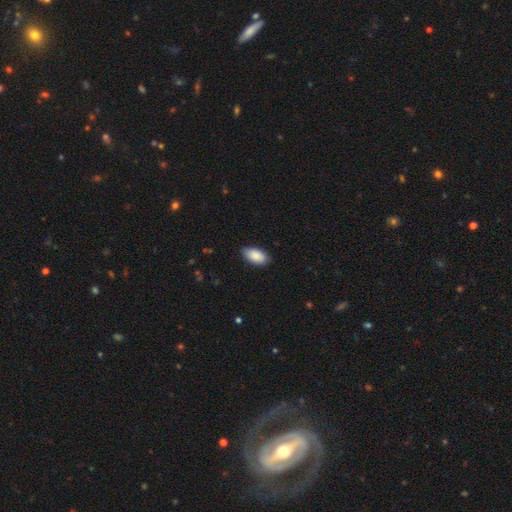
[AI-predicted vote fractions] smooth 89%, star or artifact 6%, featured or disk 5%. Down the decision tree: how rounded — in between (95%); merging — none (85%).